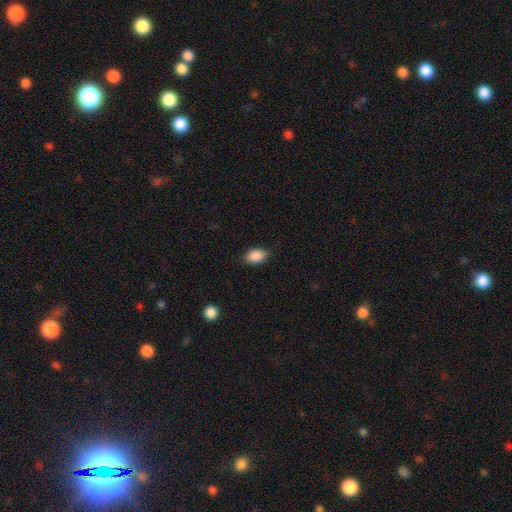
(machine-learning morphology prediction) type=smooth (88%); roundness=in between (89%); merging=none (85%).